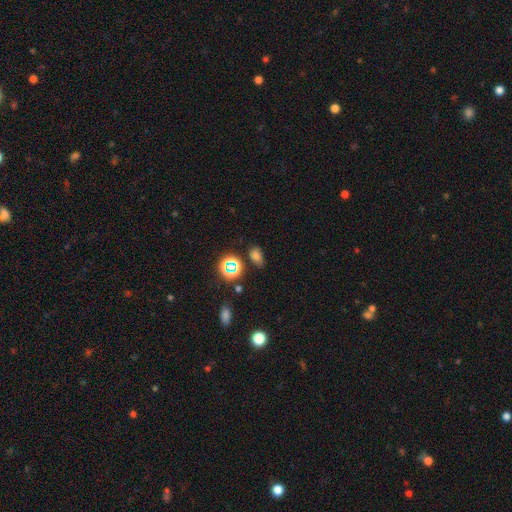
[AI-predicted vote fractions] A smooth galaxy with no disk features (65%) that is in between round and cigar-shaped (80%). Merging: none (71%).